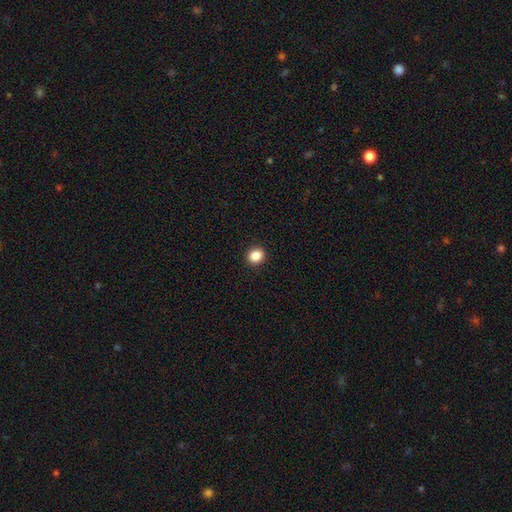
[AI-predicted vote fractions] This is clearly a smooth galaxy (86%). How rounded: likely round (78%). Merging: clearly none (93%).